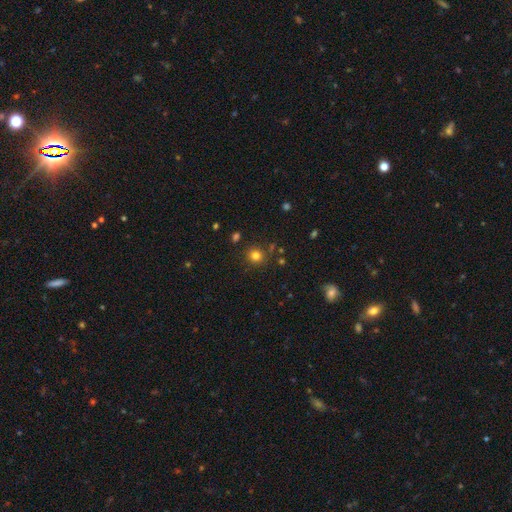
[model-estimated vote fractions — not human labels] This is likely a smooth galaxy (79%). How rounded: clearly round (90%). Merging: clearly none (85%).